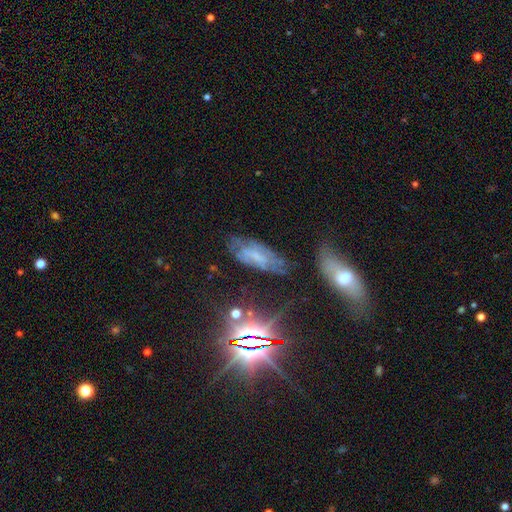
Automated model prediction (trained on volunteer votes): Smooth or featured? Predicted: featured or disk (p=0.45). Merging? Predicted: none (p=0.63).